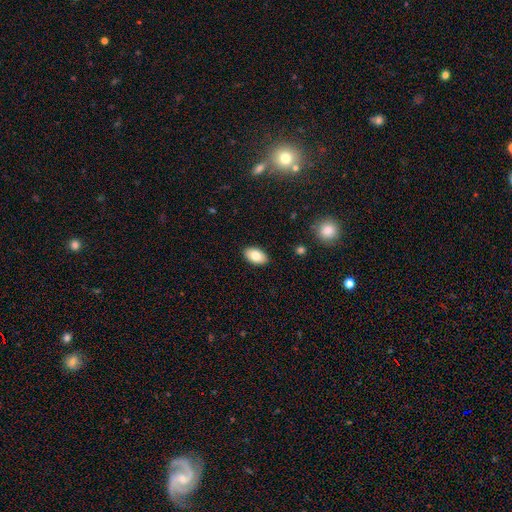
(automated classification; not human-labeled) A smooth galaxy with no disk features (81%) that is in between round and cigar-shaped (93%). Merging: none (88%).